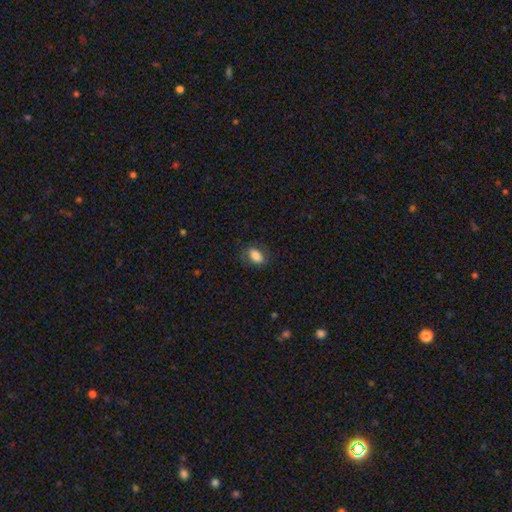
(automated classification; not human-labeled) A smooth galaxy with no disk features (80%) that is in between round and cigar-shaped (87%).

Vote fractions:
- Smooth or featured? smooth: 80% / featured or disk: 12% / star or artifact: 8%
- How rounded? in between: 87% / round: 10% / cigar-shaped: 3%
- Merging? none: 76% / minor disturbance: 16% / major disturbance: 7% / merger: 1%